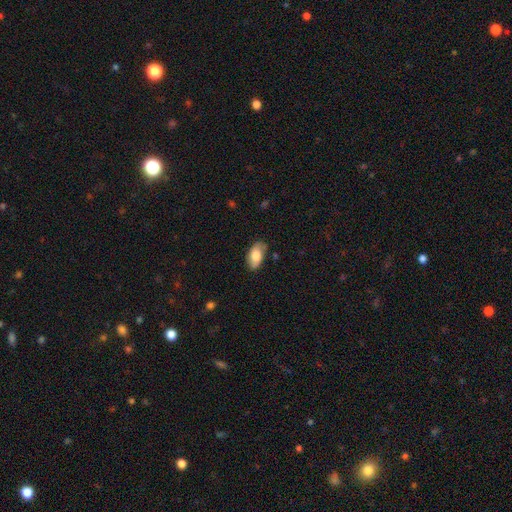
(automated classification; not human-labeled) A smooth galaxy with no disk features (73%) that is in between round and cigar-shaped (93%).

Vote fractions:
- Smooth or featured? smooth: 73% / featured or disk: 20% / star or artifact: 7%
- How rounded? in between: 93% / round: 4% / cigar-shaped: 3%
- Merging? none: 72% / minor disturbance: 22% / major disturbance: 5% / merger: 2%